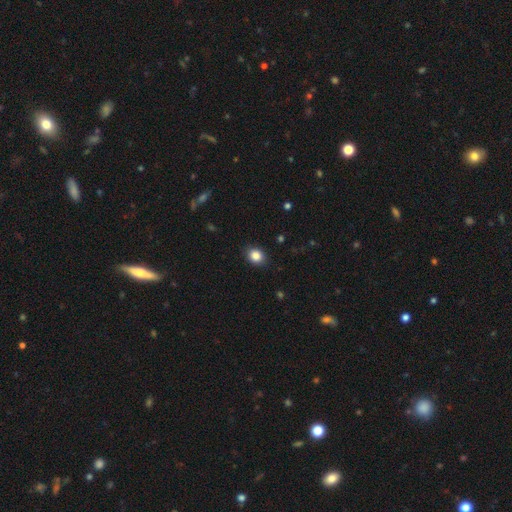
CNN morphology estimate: Smooth or featured?
  - smooth: 86% *
  - star or artifact: 10%
  - featured or disk: 4%
How rounded?
  - round: 57% *
  - in between: 42%
  - cigar-shaped: 1%
Merging?
  - none: 87% *
  - minor disturbance: 9%
  - major disturbance: 2%
  - merger: 1%